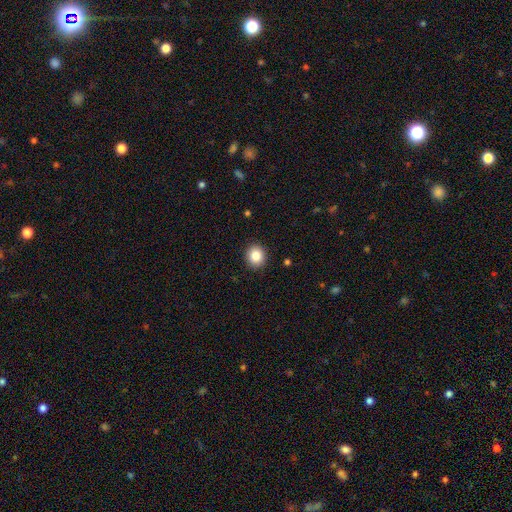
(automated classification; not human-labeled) smooth-or-featured: smooth: 85% | star or artifact: 9% | featured or disk: 5%
  how-rounded: round: 82% | in between: 17% | cigar-shaped: 1%
  merging: none: 91% | minor disturbance: 6% | major disturbance: 2% | merger: 1%